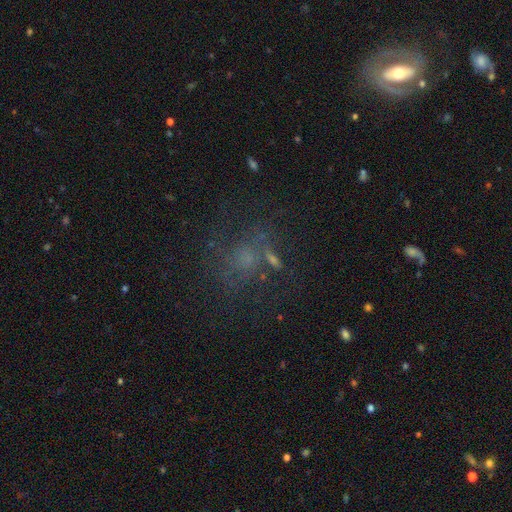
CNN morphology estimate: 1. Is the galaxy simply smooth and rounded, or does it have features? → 36% smooth, 33% star or artifact, 32% featured or disk.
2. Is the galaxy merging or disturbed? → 60% none, 16% minor disturbance, 16% major disturbance, 8% merger.